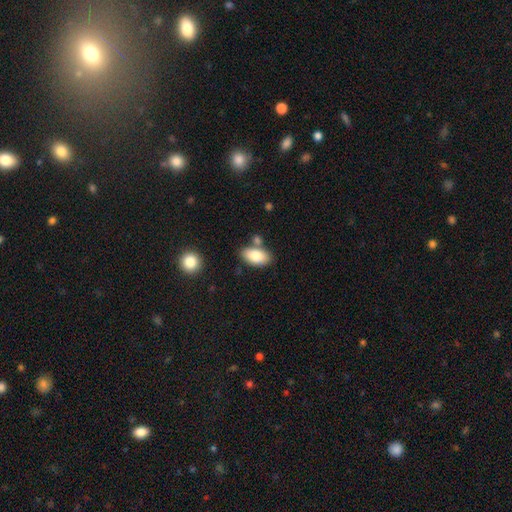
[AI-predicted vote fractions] smooth 83%, featured or disk 10%, star or artifact 7%. Down the decision tree: how rounded — in between (93%); merging — none (72%).